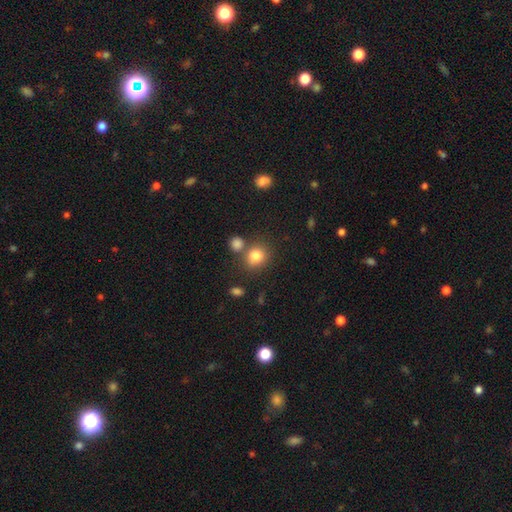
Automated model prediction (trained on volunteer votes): smooth 81%, star or artifact 11%, featured or disk 7%. Down the decision tree: how rounded — round (75%); merging — none (67%).